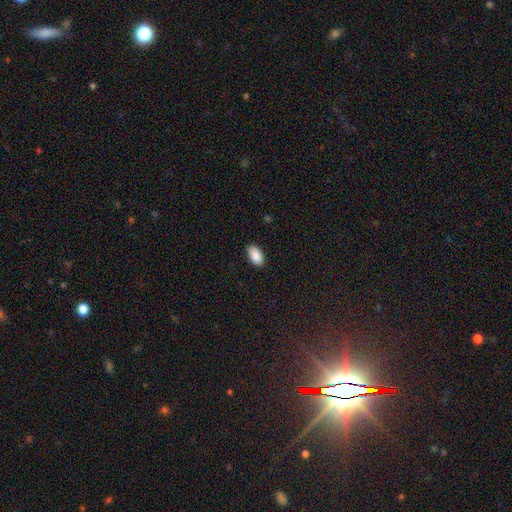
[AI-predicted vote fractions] Smooth or featured?
  - smooth: 89% *
  - star or artifact: 7%
  - featured or disk: 4%
How rounded?
  - in between: 95% *
  - round: 3%
  - cigar-shaped: 2%
Merging?
  - none: 87% *
  - minor disturbance: 10%
  - major disturbance: 2%
  - merger: 1%